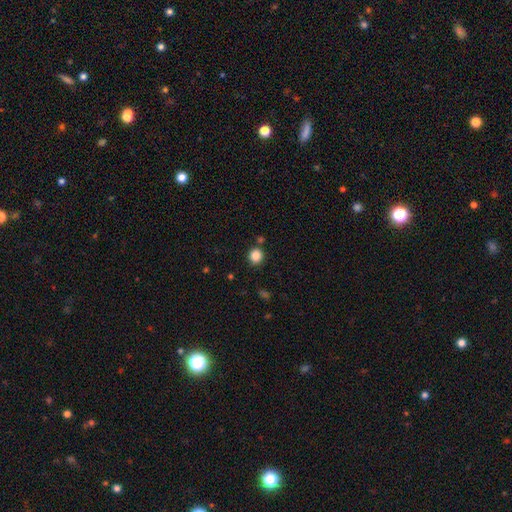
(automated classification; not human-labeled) The model was most divided on "smooth or featured": smooth: 84%, star or artifact: 11%, featured or disk: 5%. More confident: how rounded — round (87%); merging — none (84%).